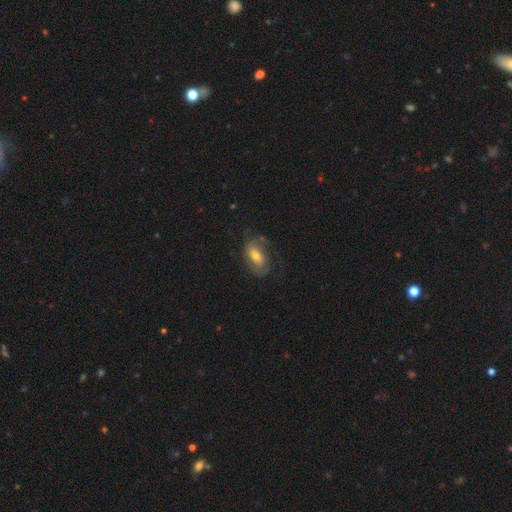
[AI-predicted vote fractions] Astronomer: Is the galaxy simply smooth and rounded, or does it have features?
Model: featured or disk — 60%.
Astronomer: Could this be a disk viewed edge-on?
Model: no — 94%.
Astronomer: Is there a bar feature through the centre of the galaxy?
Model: no — 43% (runner-up: weak, 39%).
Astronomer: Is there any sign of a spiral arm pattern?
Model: yes — 77%.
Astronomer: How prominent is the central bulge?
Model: moderate — 58%.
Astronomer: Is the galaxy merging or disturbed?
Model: none — 55%.